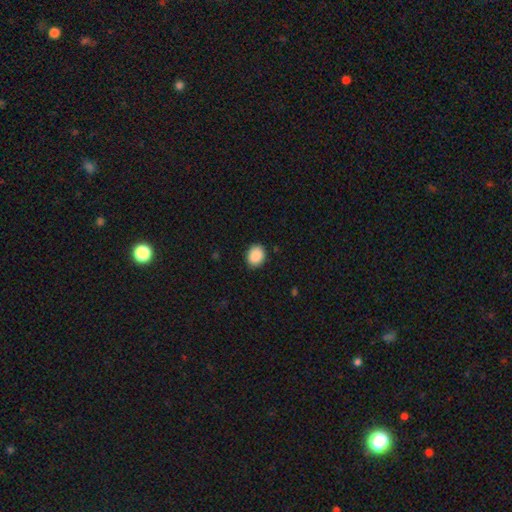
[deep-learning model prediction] smooth 90%, star or artifact 7%, featured or disk 3%. Down the decision tree: how rounded — in between (55%); merging — none (88%).